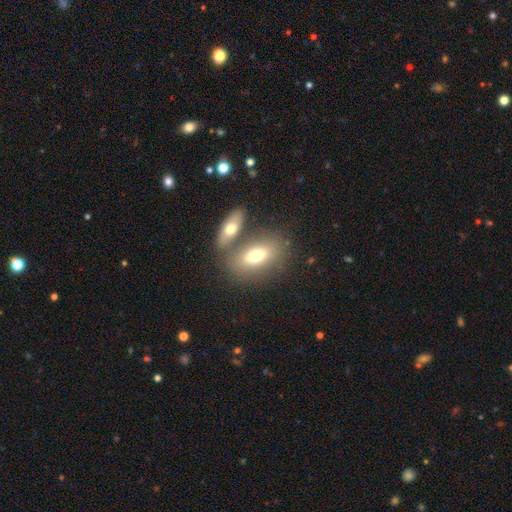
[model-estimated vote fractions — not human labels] This appears to be a smooth galaxy with no disk features (67%) that is in between round and cigar-shaped (80%). Merging: none (52%).